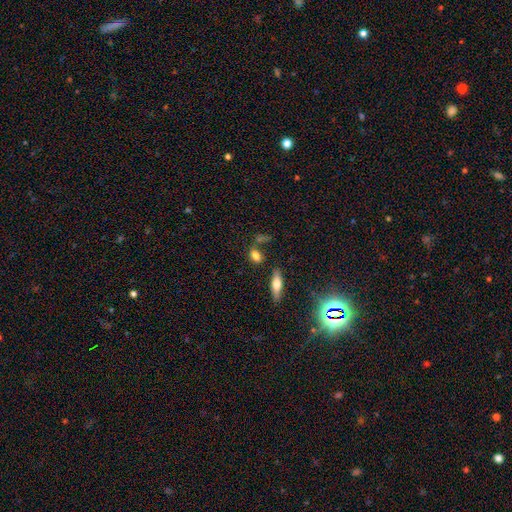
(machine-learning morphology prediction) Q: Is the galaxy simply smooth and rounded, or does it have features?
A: smooth — 75%.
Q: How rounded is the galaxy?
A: in between — 71%.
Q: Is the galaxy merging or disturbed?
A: none — 63%.